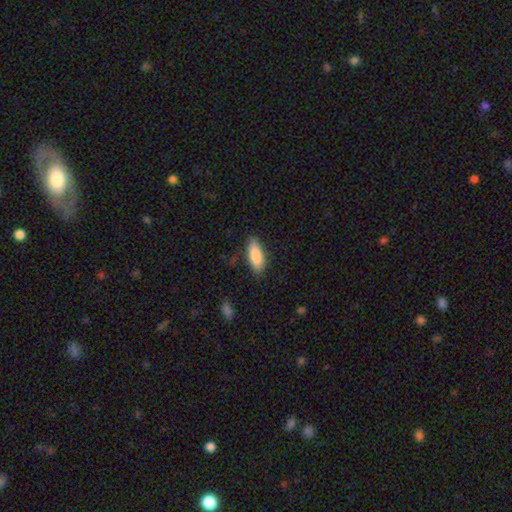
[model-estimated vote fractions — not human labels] A smooth galaxy with no disk features (86%) that is in between round and cigar-shaped (73%).

Vote fractions:
- Smooth or featured? smooth: 86% / featured or disk: 8% / star or artifact: 6%
- How rounded? in between: 73% / cigar-shaped: 26% / round: 2%
- Merging? none: 83% / minor disturbance: 13% / major disturbance: 3% / merger: 1%